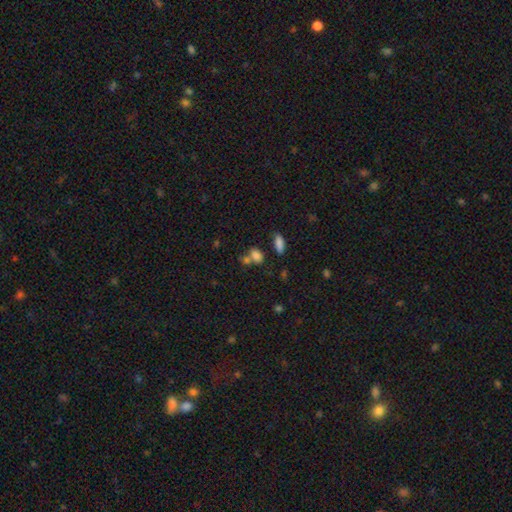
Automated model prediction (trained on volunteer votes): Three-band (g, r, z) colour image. It shows a smooth galaxy with no disk features (77%) that is in between round and cigar-shaped (73%). Merging: none (45%).